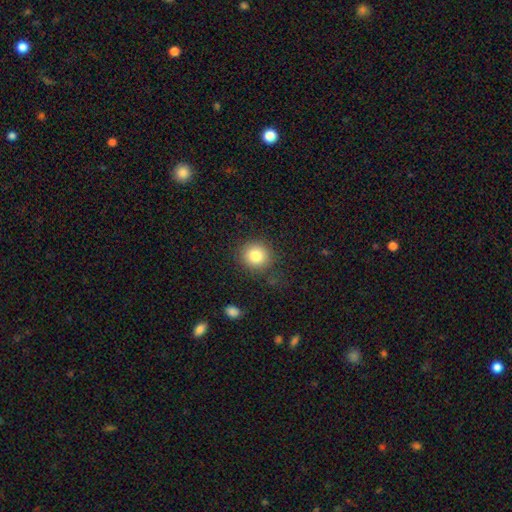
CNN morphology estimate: This appears to be a smooth galaxy with no disk features (83%) that is round (90%). Merging: none (86%).